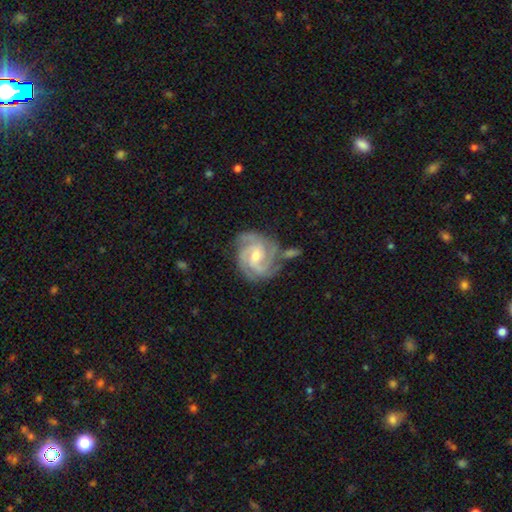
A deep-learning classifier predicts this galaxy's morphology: Smooth or featured?
  - featured or disk: 90% *
  - smooth: 6%
  - star or artifact: 5%
Edge-on disk?
  - no: 98% *
  - yes: 2%
Bar?
  - weak: 49% *
  - no: 39%
  - strong: 12%
Spiral arms?
  - yes: 98% *
  - no: 2%
Spiral winding?
  - tight: 59% *
  - medium: 35%
  - loose: 5%
Spiral arm count?
  - 3: 49% *
  - 4: 20%
  - 2: 13%
  - can't tell: 10%
  - more than 4: 4%
  - 1: 4%
Bulge size?
  - moderate: 54% *
  - small: 41%
  - large: 2%
  - none: 2%
  - dominant: 1%
Merging?
  - none: 69% *
  - minor disturbance: 18%
  - major disturbance: 6%
  - merger: 6%